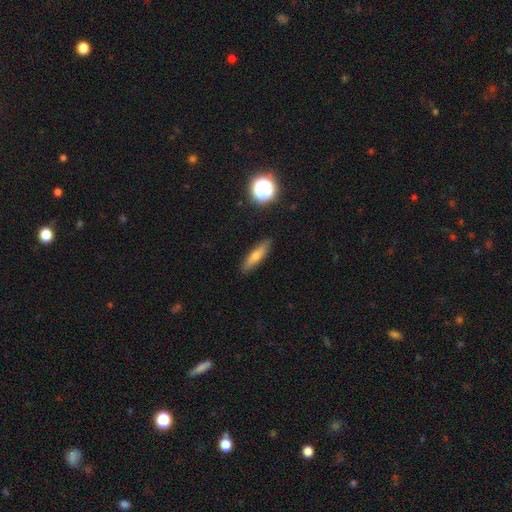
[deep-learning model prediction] smooth-or-featured: smooth: 60% | featured or disk: 32% | star or artifact: 9%
  how-rounded: cigar-shaped: 75% | in between: 22% | round: 4%
  merging: none: 88% | minor disturbance: 9% | major disturbance: 2% | merger: 1%